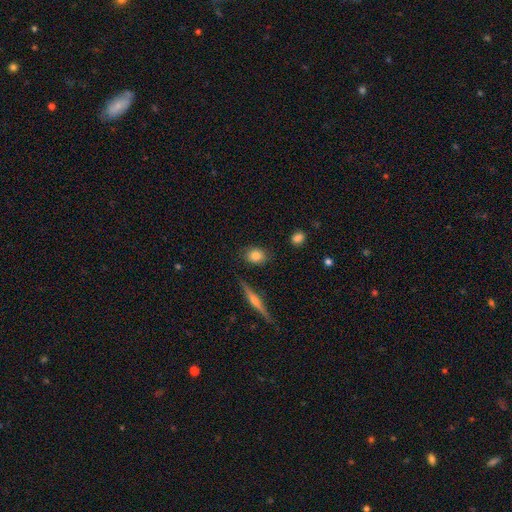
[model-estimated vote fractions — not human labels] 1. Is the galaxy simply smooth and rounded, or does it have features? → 81% smooth, 11% featured or disk, 8% star or artifact.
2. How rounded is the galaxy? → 51% round, 46% in between, 3% cigar-shaped.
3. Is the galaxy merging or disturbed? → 85% none, 10% minor disturbance, 3% major disturbance, 2% merger.